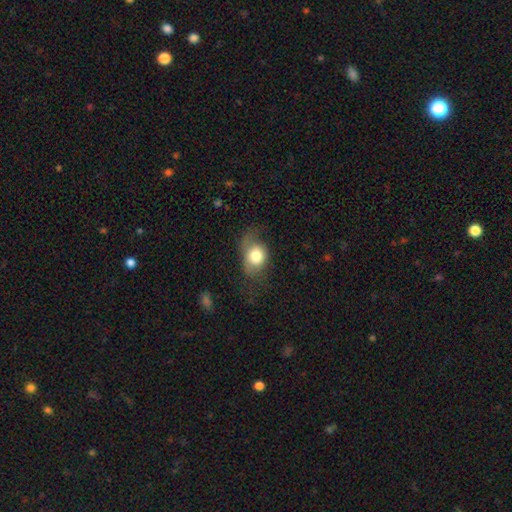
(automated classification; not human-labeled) A smooth galaxy with no disk features (75%) that is in between round and cigar-shaped (55%). Merging: none (41%).